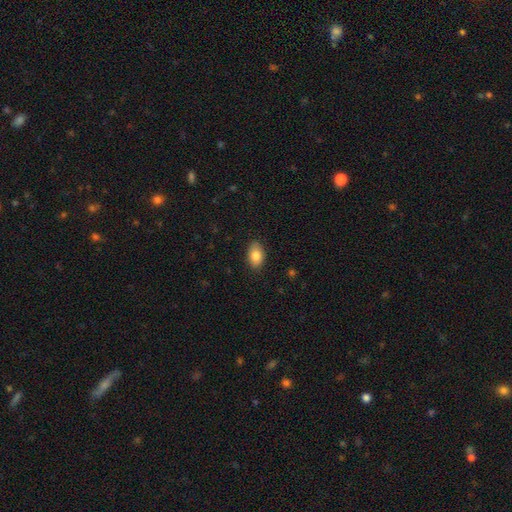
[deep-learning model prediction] smooth_or_featured: smooth (p=0.84) [alt: featured or disk p=0.09]
how_rounded: in between (p=0.90) [alt: round p=0.08]
merging: none (p=0.87) [alt: minor disturbance p=0.10]